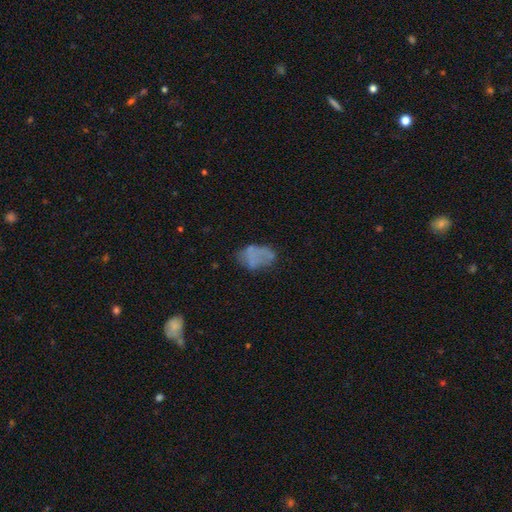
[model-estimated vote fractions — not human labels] A smooth galaxy with no disk features (53%) that is in between round and cigar-shaped (88%). Merging: none (47%).